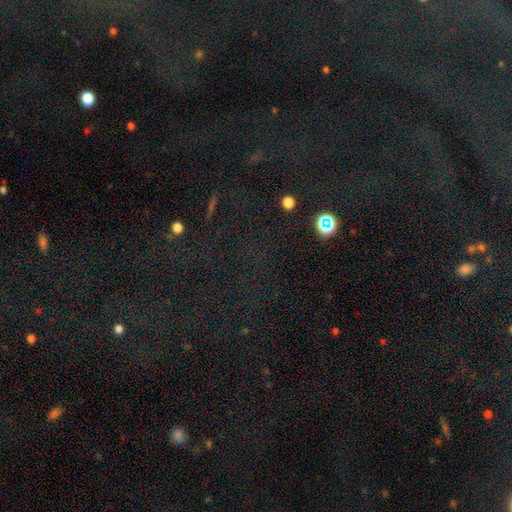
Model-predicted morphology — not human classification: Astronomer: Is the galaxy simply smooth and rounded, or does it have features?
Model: star or artifact — 76%.